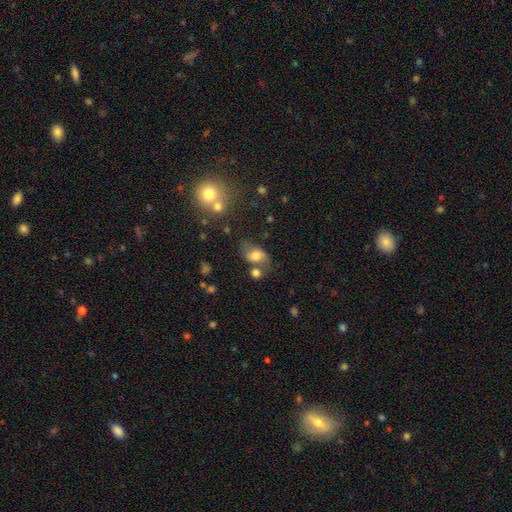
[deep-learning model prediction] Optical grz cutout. It shows a smooth galaxy with no disk features (56%) that is in between round and cigar-shaped (74%). Merging: none (54%).